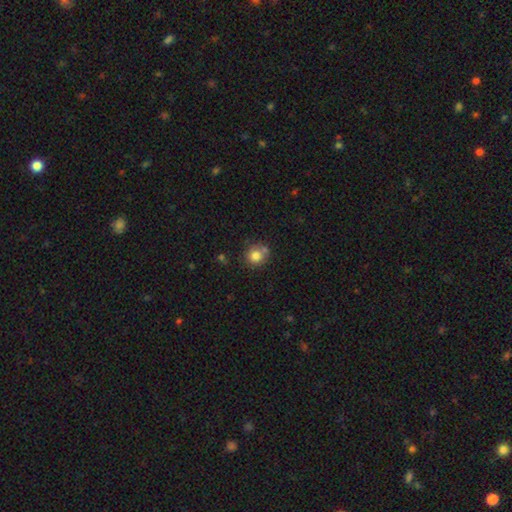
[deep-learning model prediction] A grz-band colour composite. It shows a smooth galaxy with no disk features (80%) that is round (88%). Merging: none (65%).